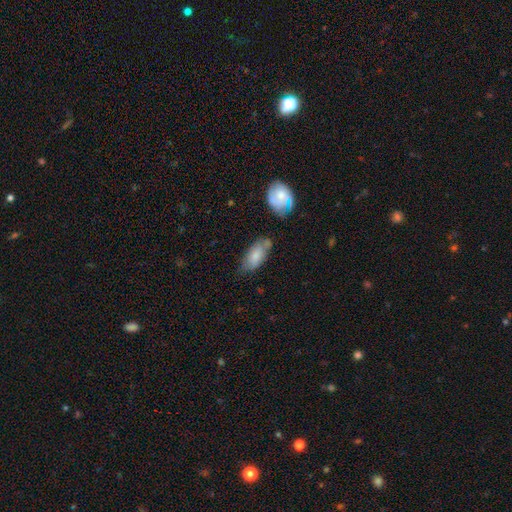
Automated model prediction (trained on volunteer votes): Smooth or featured?
  - smooth: 78% *
  - featured or disk: 16%
  - star or artifact: 7%
How rounded?
  - in between: 86% *
  - cigar-shaped: 12%
  - round: 2%
Merging?
  - none: 55% *
  - minor disturbance: 26%
  - merger: 12%
  - major disturbance: 7%